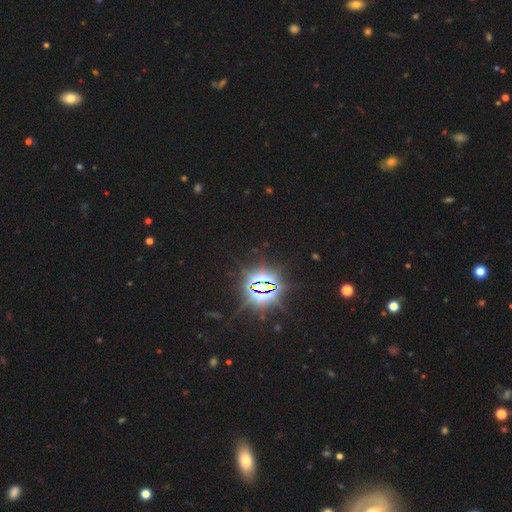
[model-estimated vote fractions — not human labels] Smooth or featured? star or artifact (82%)